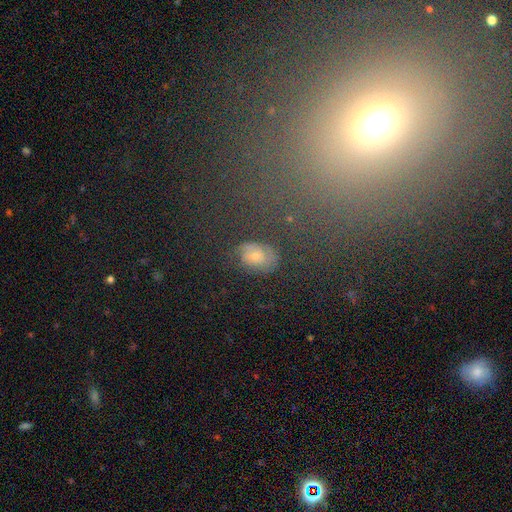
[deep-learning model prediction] Overall: featured or disk (41%; smooth 39%). Merging: none (71%).